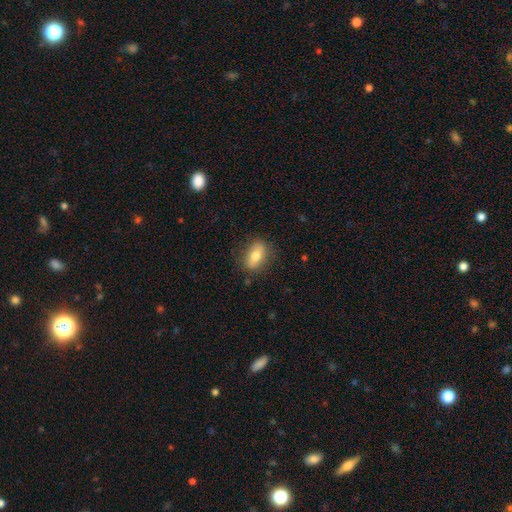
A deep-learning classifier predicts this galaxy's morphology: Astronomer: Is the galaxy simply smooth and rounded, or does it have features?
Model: smooth — 74%.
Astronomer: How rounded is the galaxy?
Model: in between — 82%.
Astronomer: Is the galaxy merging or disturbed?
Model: none — 80%.